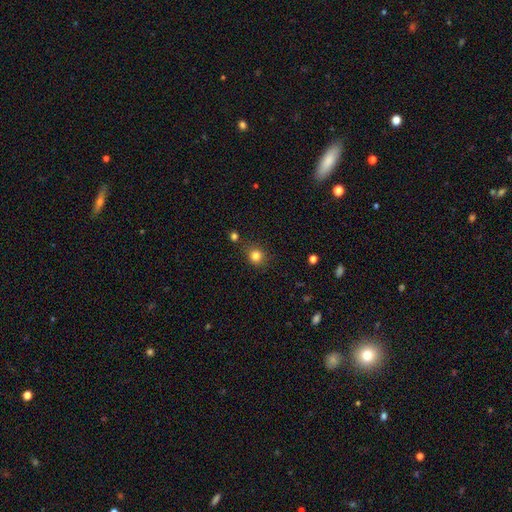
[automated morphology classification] The model was most divided on "smooth or featured": smooth: 82%, star or artifact: 12%, featured or disk: 5%. More confident: how rounded — round (85%); merging — none (81%).